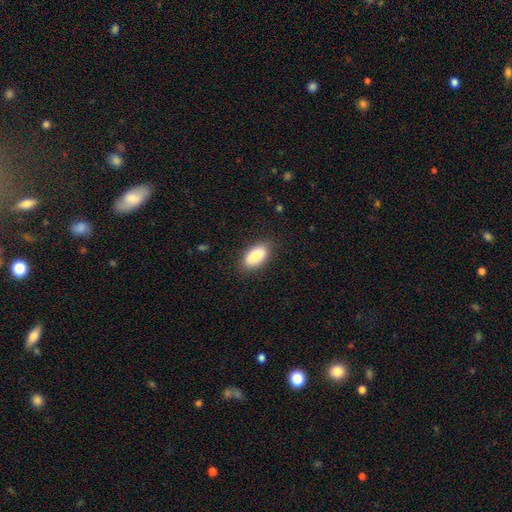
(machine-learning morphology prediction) Q: Smooth or featured?
A: smooth (82%); runner-up: featured or disk (11%)
Q: How rounded?
A: in between (93%); runner-up: round (4%)
Q: Merging?
A: none (85%); runner-up: minor disturbance (12%)